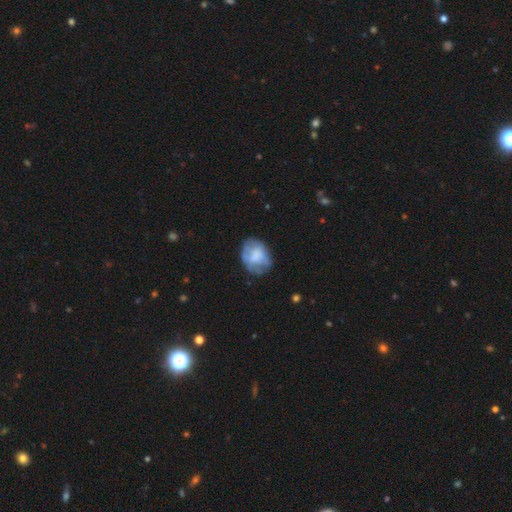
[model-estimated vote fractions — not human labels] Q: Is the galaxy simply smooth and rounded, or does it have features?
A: smooth — 60%.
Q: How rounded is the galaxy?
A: in between — 62%.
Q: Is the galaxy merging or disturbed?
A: none — 58%.